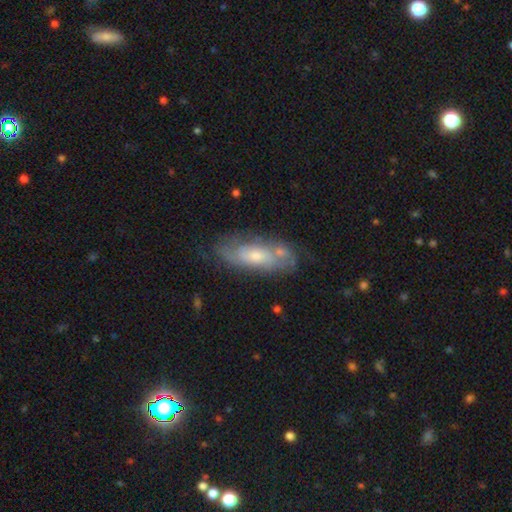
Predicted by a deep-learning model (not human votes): Smooth or featured? Predicted: featured or disk (p=0.61). Edge-on disk? Predicted: no (p=0.84). Bar? Predicted: no (p=0.70). Spiral arms? Predicted: yes (p=0.74). Bulge size? Predicted: moderate (p=0.46). Merging? Predicted: none (p=0.62).